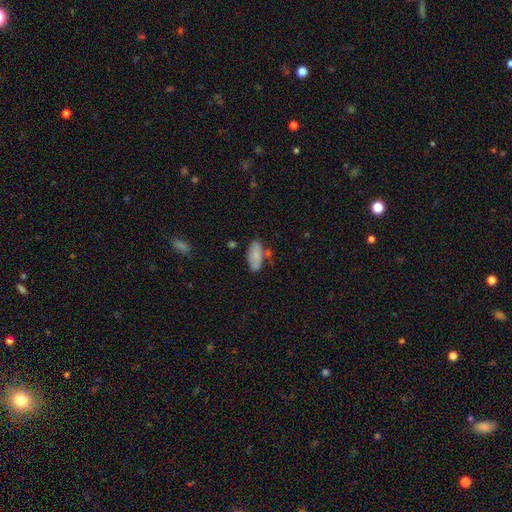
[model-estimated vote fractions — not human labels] This appears to be a smooth galaxy with no disk features (83%) that is in between round and cigar-shaped (89%). Merging: none (68%).